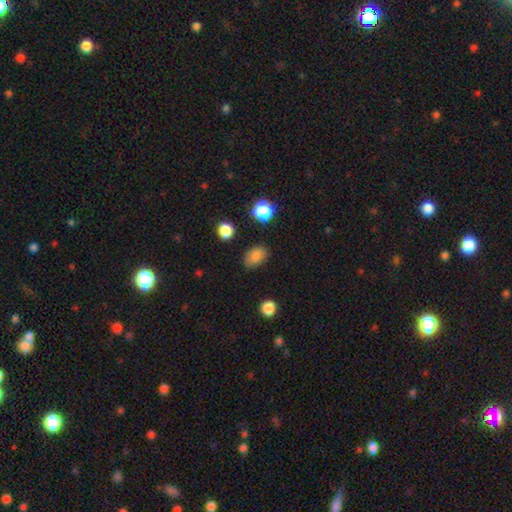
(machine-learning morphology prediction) Smooth or featured? Predicted: smooth (p=0.83). How rounded? Predicted: in between (p=0.82). Merging? Predicted: none (p=0.81).